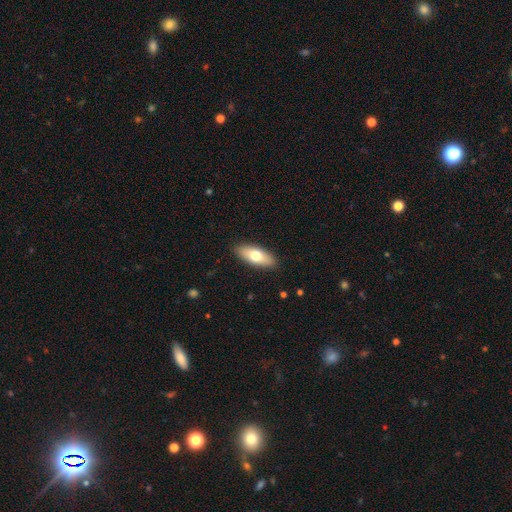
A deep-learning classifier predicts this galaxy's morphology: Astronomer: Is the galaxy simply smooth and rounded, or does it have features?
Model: smooth — 69%.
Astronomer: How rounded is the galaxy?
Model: in between — 77%.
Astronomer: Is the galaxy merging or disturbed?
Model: none — 89%.